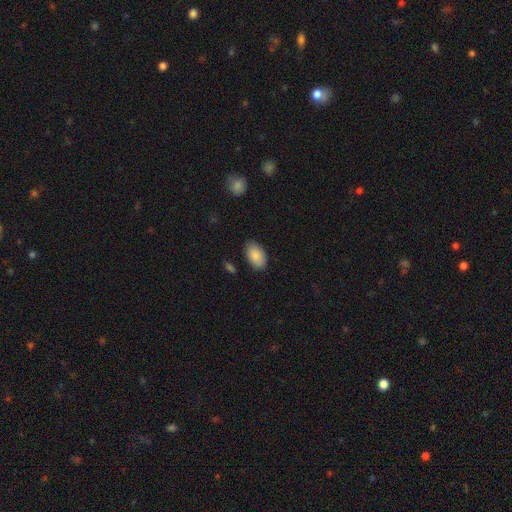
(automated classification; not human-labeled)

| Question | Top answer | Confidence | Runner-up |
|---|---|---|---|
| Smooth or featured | smooth | 88% | star or artifact (6%) |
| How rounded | in between | 94% | round (5%) |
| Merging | none | 84% | minor disturbance (12%) |